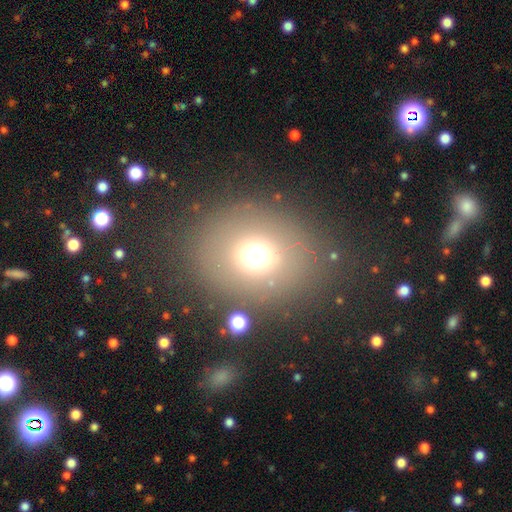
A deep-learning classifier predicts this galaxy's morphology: This appears to be a smooth galaxy with no disk features (66%) that is round (74%). Merging: none (82%).